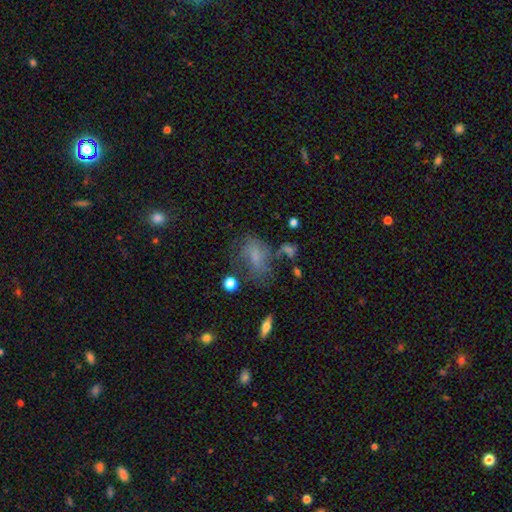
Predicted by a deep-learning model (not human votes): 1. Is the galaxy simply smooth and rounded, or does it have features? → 58% smooth, 28% featured or disk, 13% star or artifact.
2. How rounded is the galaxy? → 77% in between, 20% round, 3% cigar-shaped.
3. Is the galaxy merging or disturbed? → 40% none, 27% major disturbance, 26% minor disturbance, 7% merger.